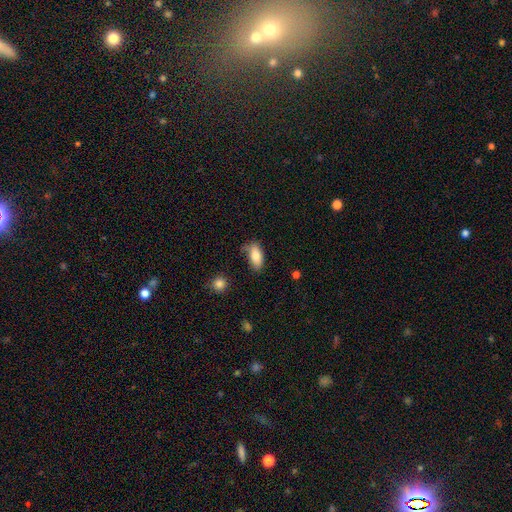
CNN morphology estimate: A smooth galaxy with no disk features (81%) that is in between round and cigar-shaped (86%). Merging: none (64%).